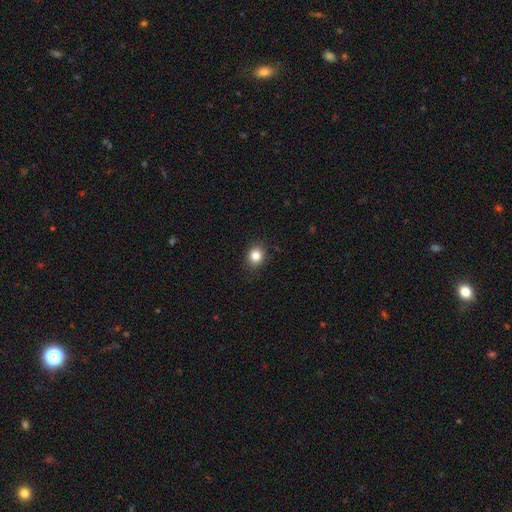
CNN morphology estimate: Q: Smooth or featured?
A: smooth (84%); runner-up: star or artifact (11%)
Q: How rounded?
A: round (72%); runner-up: in between (27%)
Q: Merging?
A: none (89%); runner-up: minor disturbance (8%)